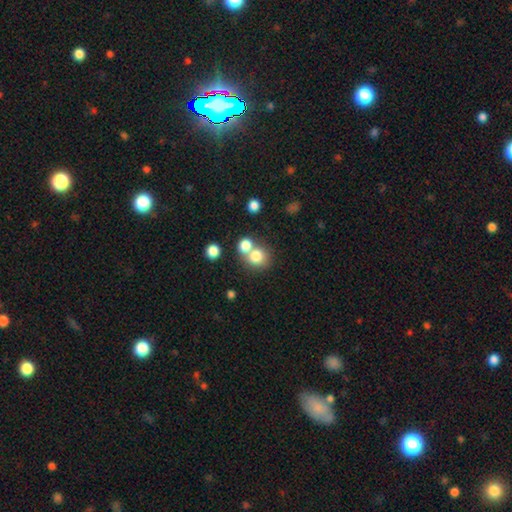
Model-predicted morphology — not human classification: Smooth or featured?
  - smooth: 77% *
  - star or artifact: 12%
  - featured or disk: 10%
How rounded?
  - round: 83% *
  - in between: 16%
  - cigar-shaped: 1%
Merging?
  - none: 51% *
  - merger: 39%
  - minor disturbance: 7%
  - major disturbance: 3%